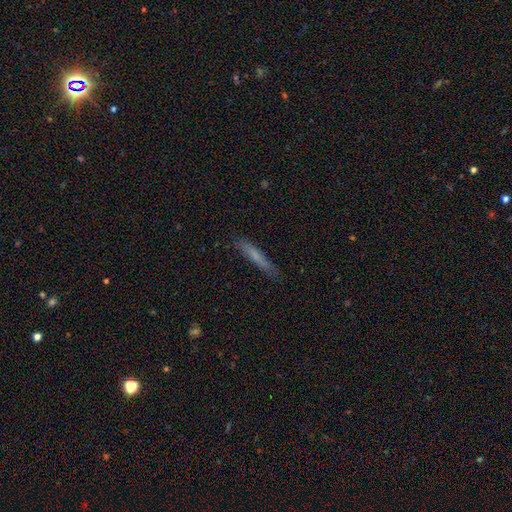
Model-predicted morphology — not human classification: Q: Smooth or featured?
A: smooth (64%); runner-up: featured or disk (28%)
Q: How rounded?
A: cigar-shaped (93%); runner-up: in between (5%)
Q: Merging?
A: none (81%); runner-up: minor disturbance (15%)